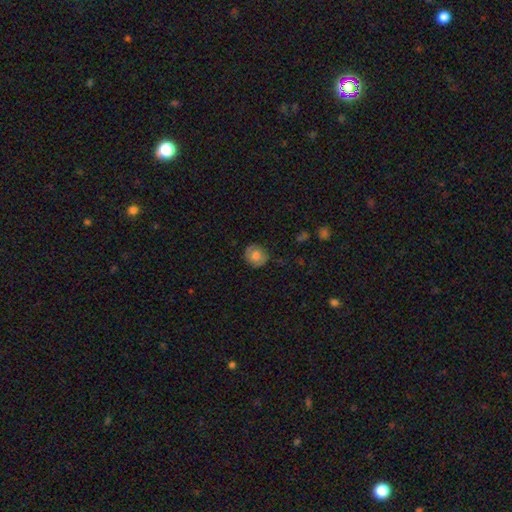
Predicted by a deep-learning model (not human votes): A smooth galaxy with no disk features (73%) that is round (83%).

Vote fractions:
- Smooth or featured? smooth: 73% / featured or disk: 18% / star or artifact: 9%
- How rounded? round: 83% / in between: 16% / cigar-shaped: 1%
- Merging? none: 80% / minor disturbance: 15% / major disturbance: 3% / merger: 1%